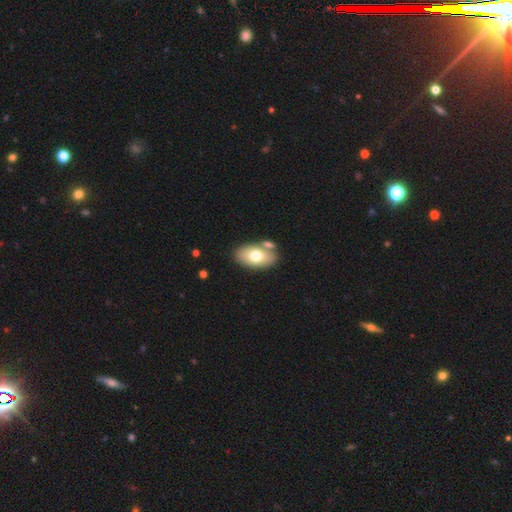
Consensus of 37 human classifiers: Smooth or featured?
  - smooth: 78% *
  - featured or disk: 16%
  - star or artifact: 5%
How rounded?
  - in between: 90% *
  - round: 10%
  - cigar-shaped: 0%
Merging?
  - none: 54% *
  - merger: 29%
  - minor disturbance: 11%
  - major disturbance: 6%